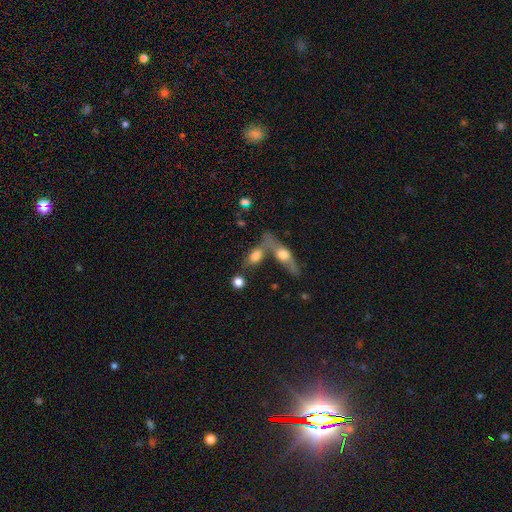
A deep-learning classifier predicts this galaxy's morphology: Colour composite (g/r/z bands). It shows a smooth galaxy with no disk features (68%) that is in between round and cigar-shaped (73%). Merging: none (43%).